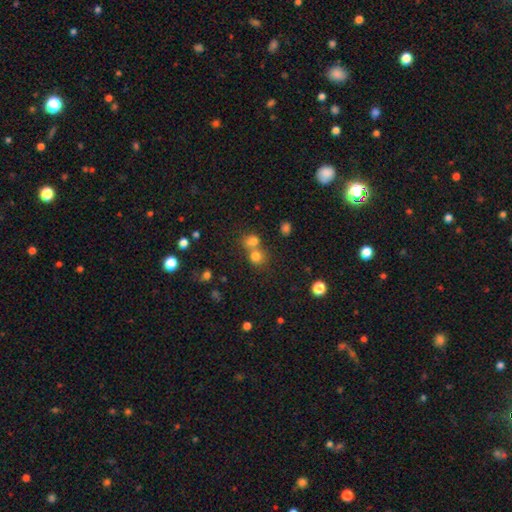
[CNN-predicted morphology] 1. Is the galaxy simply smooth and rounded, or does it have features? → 74% smooth, 17% star or artifact, 9% featured or disk.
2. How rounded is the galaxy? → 82% round, 17% in between, 1% cigar-shaped.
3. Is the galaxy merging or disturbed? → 46% none, 44% merger, 7% minor disturbance, 3% major disturbance.